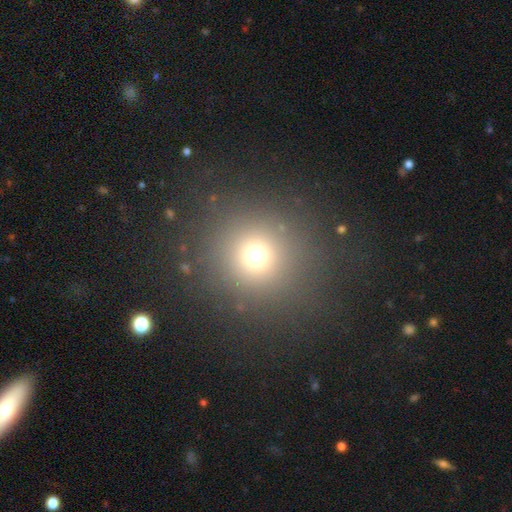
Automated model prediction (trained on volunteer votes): Overall: smooth (69%). How rounded: round (93%). Merging: none (85%).